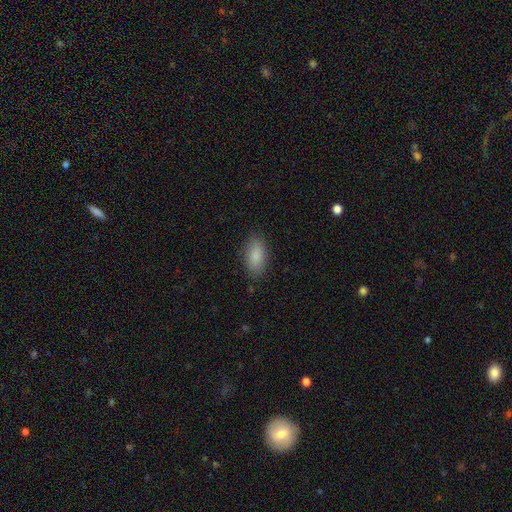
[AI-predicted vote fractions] The model was most divided on "merging": none: 85%, minor disturbance: 11%, major disturbance: 3%, merger: 1%. More confident: how rounded — in between (90%); smooth or featured — smooth (87%).